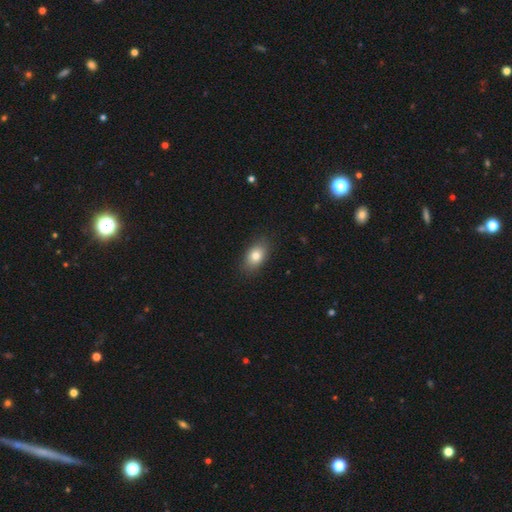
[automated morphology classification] smooth_or_featured: smooth (p=0.81) [alt: featured or disk p=0.10]
how_rounded: in between (p=0.84) [alt: round p=0.14]
merging: none (p=0.85) [alt: minor disturbance p=0.11]